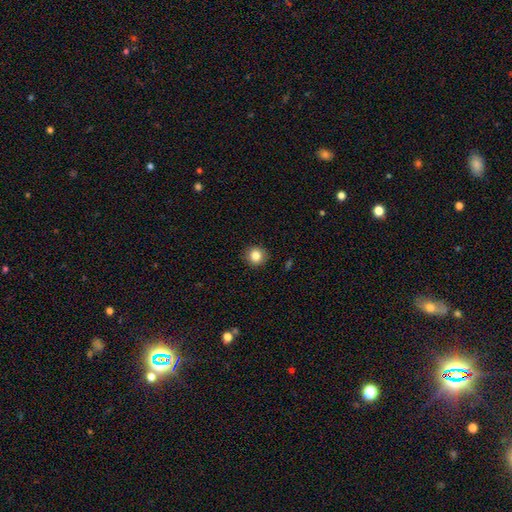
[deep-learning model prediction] Smooth or featured? smooth (84%)
How rounded? round (89%)
Merging? none (90%)